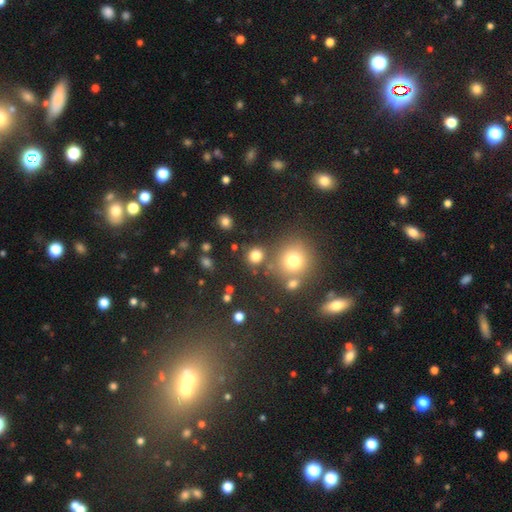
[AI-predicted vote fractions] Smooth or featured: smooth — 77% (star or artifact — 17%)
How rounded: round — 89% (in between — 10%)
Merging: none — 76% (merger — 11%)